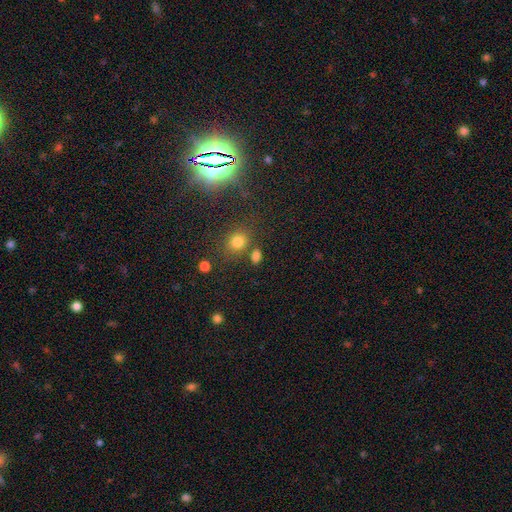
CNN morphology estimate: Overall: smooth (77%). How rounded: in between (65%; round 32%). Merging: none (70%).